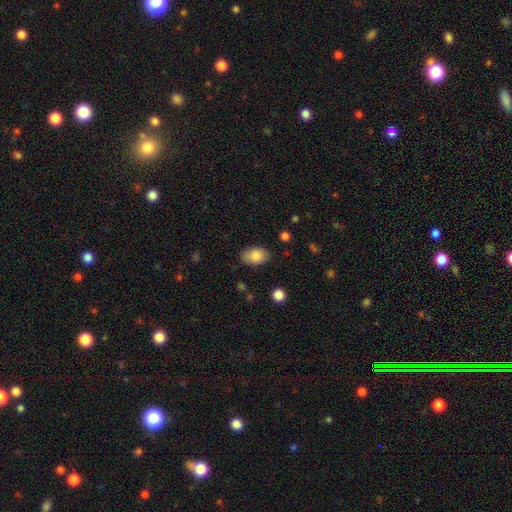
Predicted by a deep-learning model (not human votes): Smooth or featured?
  - smooth: 84% *
  - featured or disk: 9%
  - star or artifact: 7%
How rounded?
  - in between: 89% *
  - round: 10%
  - cigar-shaped: 1%
Merging?
  - none: 82% *
  - minor disturbance: 13%
  - major disturbance: 3%
  - merger: 1%